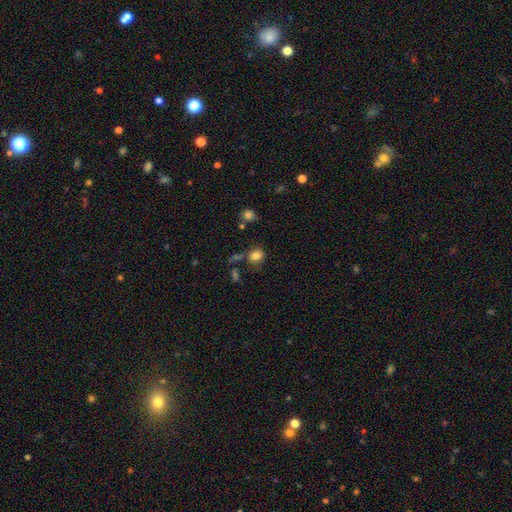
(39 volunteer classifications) smooth_or_featured: smooth (p=0.85) [alt: featured or disk p=0.10]
how_rounded: in between (p=0.58) [alt: round p=0.42]
merging: none (p=0.81) [alt: minor disturbance p=0.16]